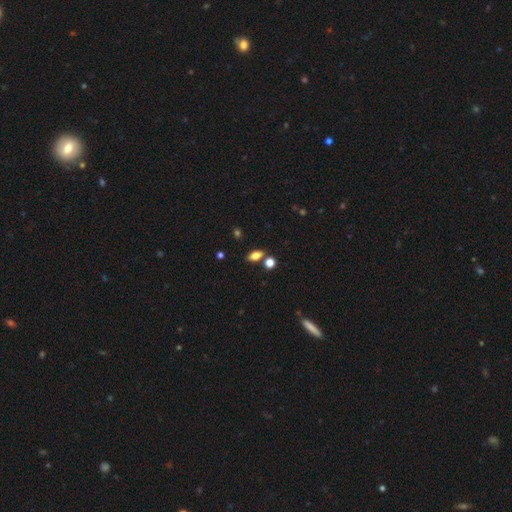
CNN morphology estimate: type=smooth (76%); roundness=in between (82%); merging=none (74%).